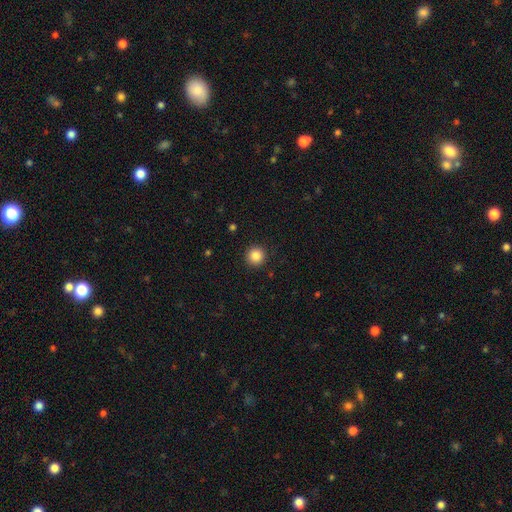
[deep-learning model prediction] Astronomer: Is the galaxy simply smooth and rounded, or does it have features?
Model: smooth — 85%.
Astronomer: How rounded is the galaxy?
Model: round — 96%.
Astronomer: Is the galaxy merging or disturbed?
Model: none — 92%.